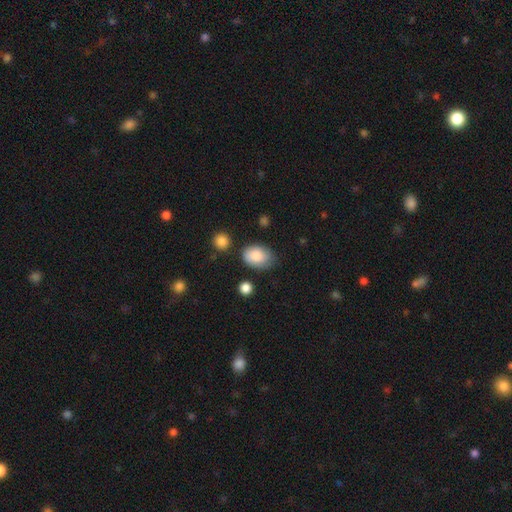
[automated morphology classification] Smooth or featured? smooth (83%)
How rounded? in between (78%)
Merging? none (65%)